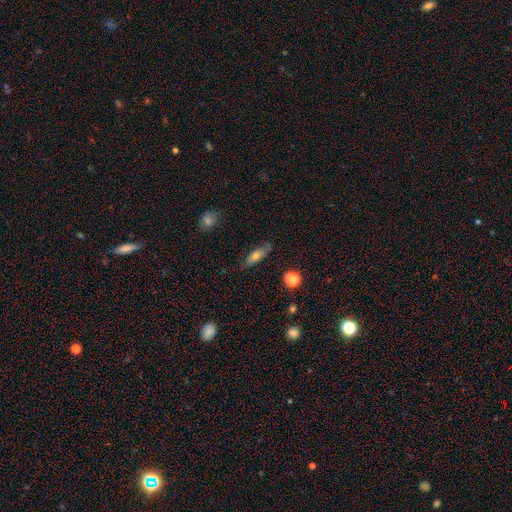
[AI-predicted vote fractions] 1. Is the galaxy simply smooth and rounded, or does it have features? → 61% smooth, 31% featured or disk, 8% star or artifact.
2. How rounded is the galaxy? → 54% in between, 42% cigar-shaped, 4% round.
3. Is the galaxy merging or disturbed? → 80% none, 15% minor disturbance, 3% major disturbance, 2% merger.